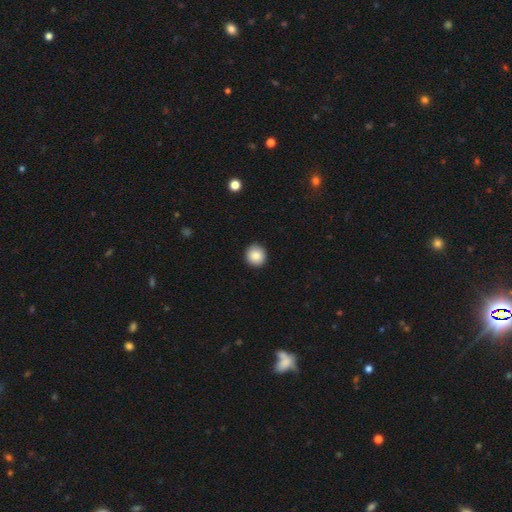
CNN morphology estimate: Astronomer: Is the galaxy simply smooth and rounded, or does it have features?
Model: smooth — 87%.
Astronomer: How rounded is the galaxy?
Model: round — 92%.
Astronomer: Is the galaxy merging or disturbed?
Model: none — 91%.